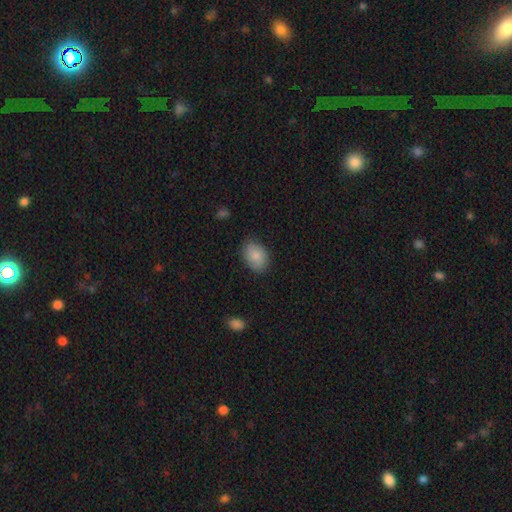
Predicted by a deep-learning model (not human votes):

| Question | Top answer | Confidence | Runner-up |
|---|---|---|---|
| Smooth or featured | smooth | 84% | featured or disk (10%) |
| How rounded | in between | 75% | round (24%) |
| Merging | none | 82% | minor disturbance (14%) |